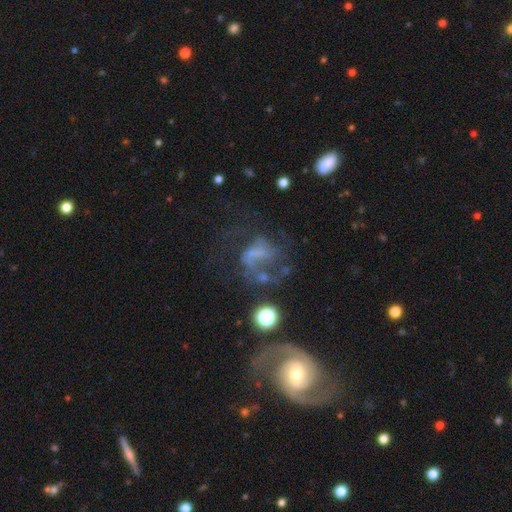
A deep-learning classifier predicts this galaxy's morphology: smooth-or-featured: featured or disk: 61% | smooth: 21% | star or artifact: 18%
  disk-edge-on: no: 97% | yes: 3%
    bar: no: 58% | weak: 30% | strong: 12%
    has-spiral-arms: yes: 64% | no: 36%
    bulge-size: none: 45% | small: 34% | moderate: 16% | large: 3% | dominant: 2%
  merging: major disturbance: 37% | none: 34% | minor disturbance: 16% | merger: 14%